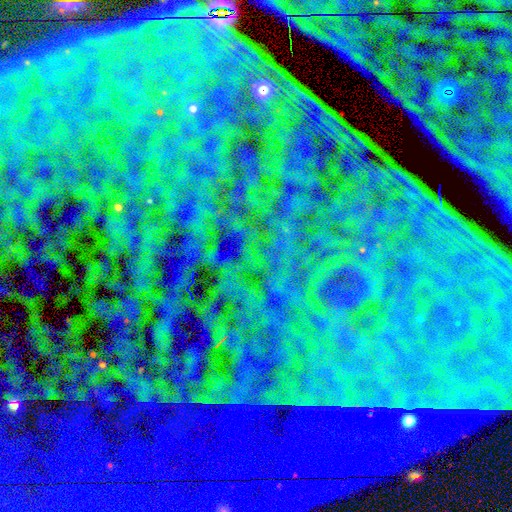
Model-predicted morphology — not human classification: smooth-or-featured: star or artifact: 87% | smooth: 7% | featured or disk: 6%